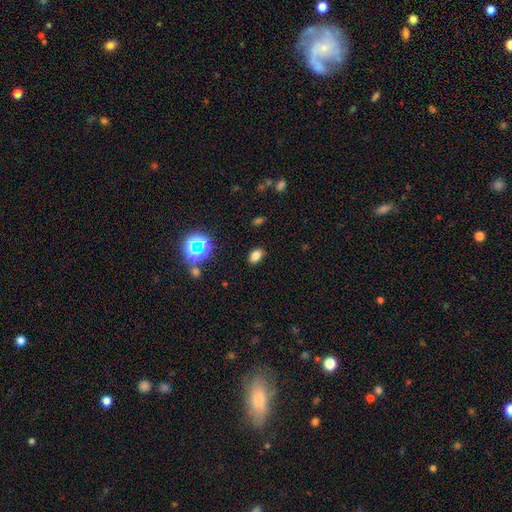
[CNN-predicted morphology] Smooth or featured: smooth — 75% (star or artifact — 17%)
How rounded: in between — 87% (round — 12%)
Merging: none — 85% (minor disturbance — 10%)